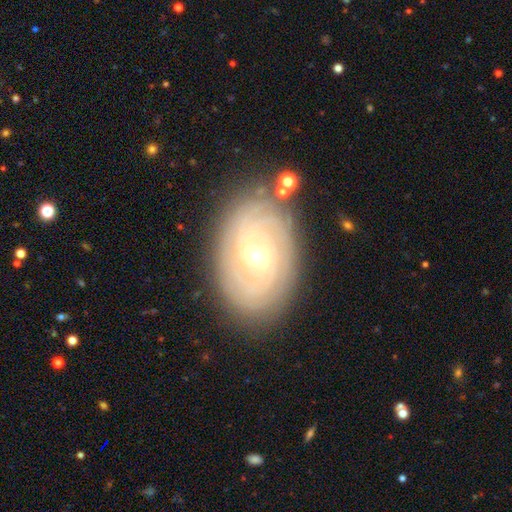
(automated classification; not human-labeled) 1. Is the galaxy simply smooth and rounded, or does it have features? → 82% featured or disk, 11% smooth, 7% star or artifact.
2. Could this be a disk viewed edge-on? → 95% no, 5% yes.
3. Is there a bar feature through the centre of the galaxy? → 45% weak, 42% no, 13% strong.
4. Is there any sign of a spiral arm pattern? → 94% yes, 6% no.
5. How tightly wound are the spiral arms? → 80% tight, 16% medium, 4% loose.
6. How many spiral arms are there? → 40% can't tell, 17% 2, 15% 4, 14% 3, 9% more than 4, 5% 1.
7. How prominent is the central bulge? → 50% small, 47% moderate, 2% large, 1% none, 1% dominant.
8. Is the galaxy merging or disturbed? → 82% none, 12% minor disturbance, 4% major disturbance, 2% merger.